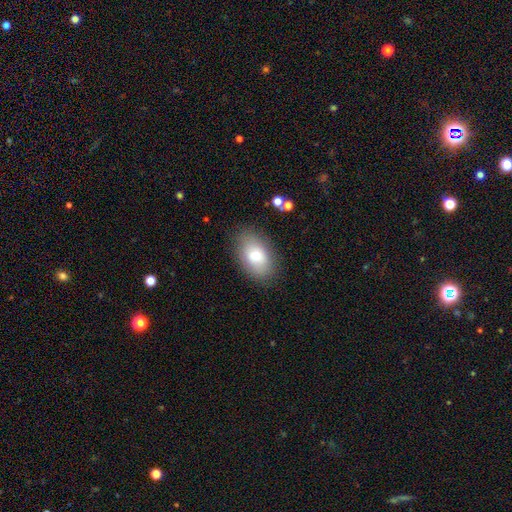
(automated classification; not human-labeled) A smooth galaxy with no disk features (74%) that is in between round and cigar-shaped (89%). Merging: none (84%).